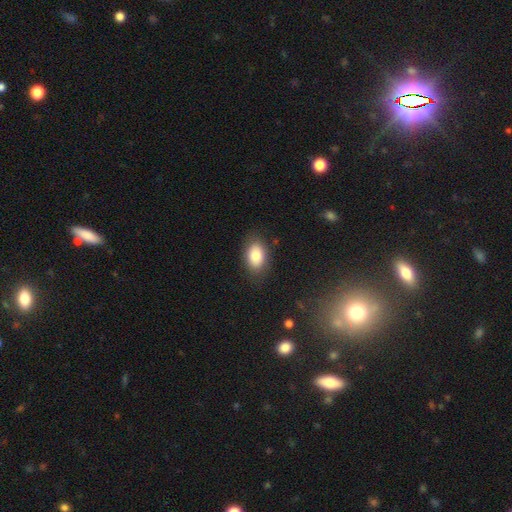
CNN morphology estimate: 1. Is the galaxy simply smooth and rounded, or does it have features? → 82% smooth, 10% featured or disk, 8% star or artifact.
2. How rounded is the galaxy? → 86% in between, 12% round, 1% cigar-shaped.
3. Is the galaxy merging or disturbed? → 83% none, 12% minor disturbance, 4% major disturbance, 1% merger.